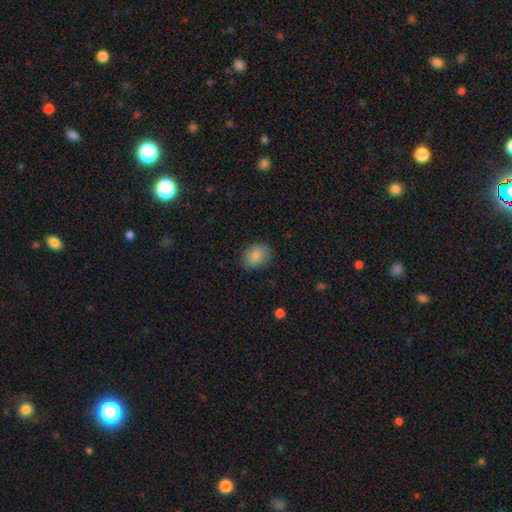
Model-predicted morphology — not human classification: A smooth galaxy with no disk features (86%) that is in between round and cigar-shaped (53%). Merging: none (81%).